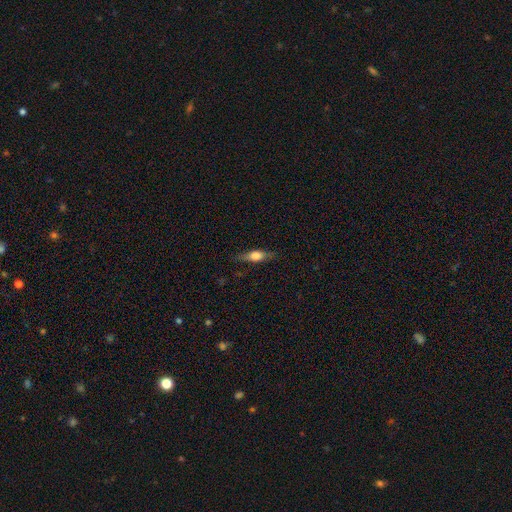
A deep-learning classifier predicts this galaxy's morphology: Smooth or featured?
  - smooth: 48% *
  - featured or disk: 44%
  - star or artifact: 7%
Merging?
  - none: 81% *
  - minor disturbance: 14%
  - major disturbance: 4%
  - merger: 1%